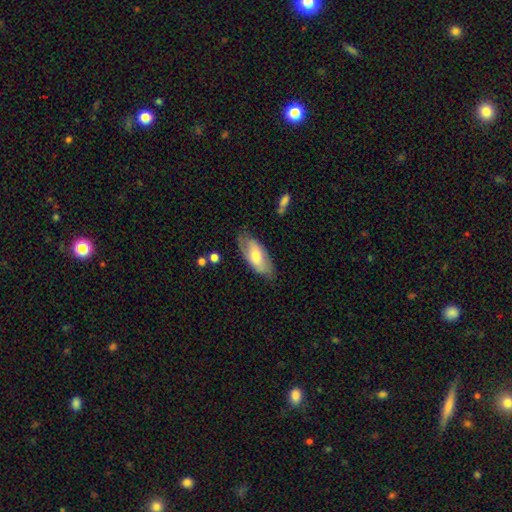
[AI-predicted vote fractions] Smooth or featured?
  - smooth: 54% *
  - featured or disk: 40%
  - star or artifact: 6%
How rounded?
  - in between: 86% *
  - cigar-shaped: 12%
  - round: 2%
Merging?
  - none: 72% *
  - minor disturbance: 21%
  - major disturbance: 5%
  - merger: 2%